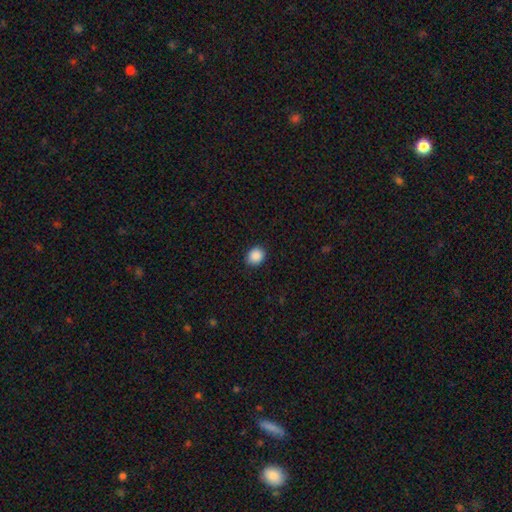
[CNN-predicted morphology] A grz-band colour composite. It shows a smooth galaxy with no disk features (89%) that is round (66%). Merging: none (89%).